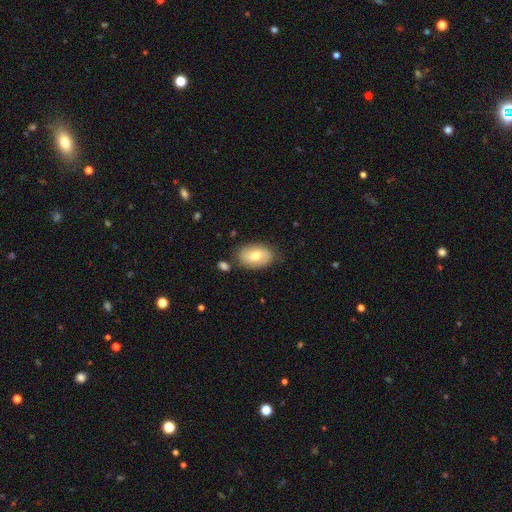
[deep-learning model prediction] smooth-or-featured: smooth: 64% | featured or disk: 30% | star or artifact: 6%
  how-rounded: in between: 89% | round: 9% | cigar-shaped: 1%
  merging: none: 78% | minor disturbance: 15% | major disturbance: 4% | merger: 4%